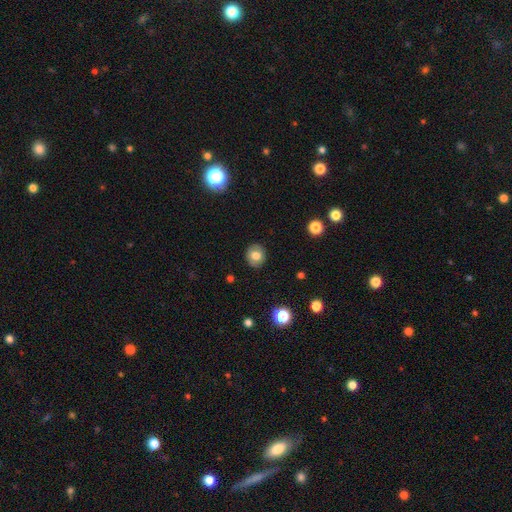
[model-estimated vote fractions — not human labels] The model was most divided on "how rounded": round: 76%, in between: 24%, cigar-shaped: 1%. More confident: merging — none (89%); smooth or featured — smooth (73%).